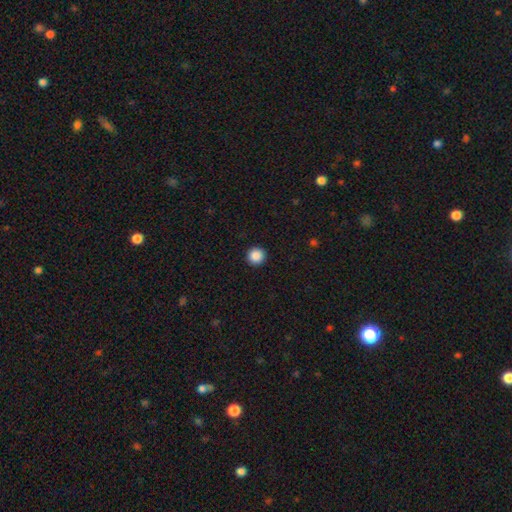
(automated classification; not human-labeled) Smooth or featured? Predicted: smooth (p=0.88). How rounded? Predicted: round (p=0.96). Merging? Predicted: none (p=0.94).